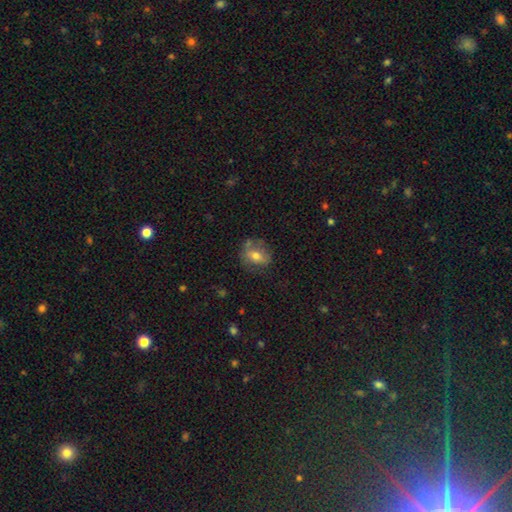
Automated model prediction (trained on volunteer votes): Smooth or featured? Predicted: smooth (p=0.63). How rounded? Predicted: in between (p=0.51). Merging? Predicted: none (p=0.65).